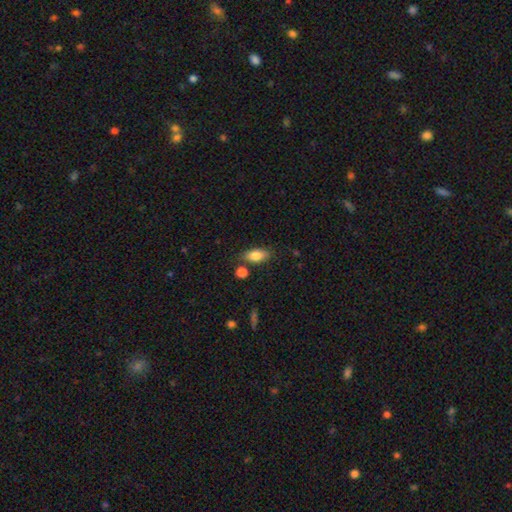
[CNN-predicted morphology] Smooth or featured? Predicted: smooth (p=0.81). How rounded? Predicted: in between (p=0.84). Merging? Predicted: none (p=0.74).